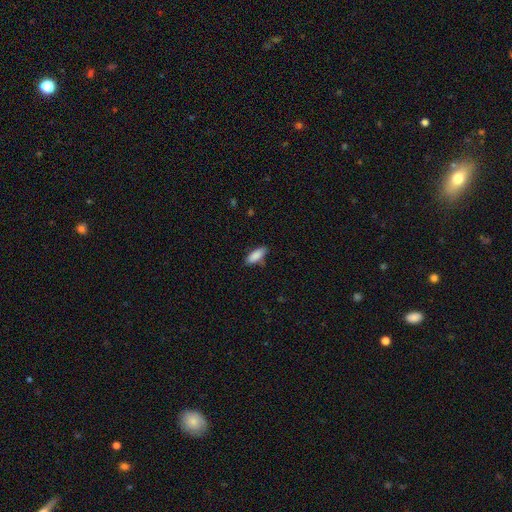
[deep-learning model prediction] Smooth or featured? smooth (88%)
How rounded? in between (71%)
Merging? none (81%)